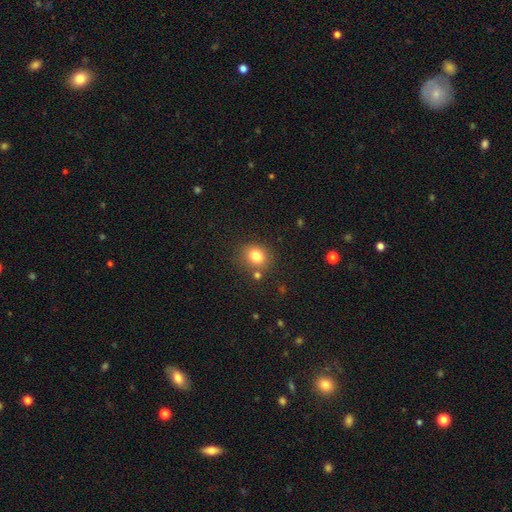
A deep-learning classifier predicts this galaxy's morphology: A smooth galaxy with no disk features (81%) that is round (66%). Merging: none (76%).